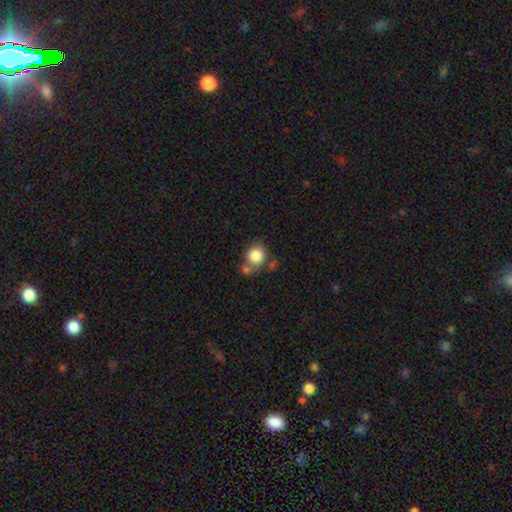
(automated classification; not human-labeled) This appears to be a smooth galaxy with no disk features (83%) that is round (78%). Merging: none (52%).